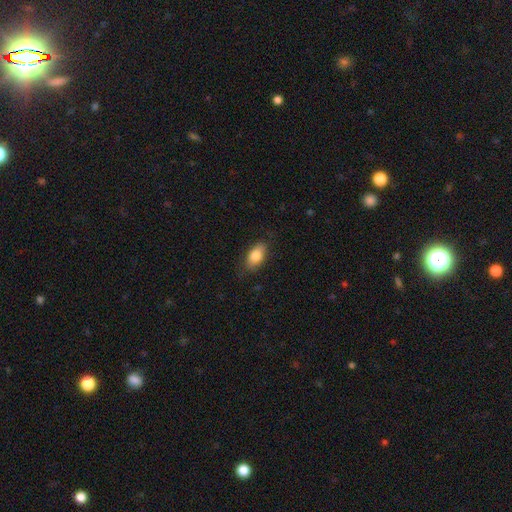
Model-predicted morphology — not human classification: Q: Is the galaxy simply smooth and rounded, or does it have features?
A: smooth — 82%.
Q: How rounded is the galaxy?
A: in between — 90%.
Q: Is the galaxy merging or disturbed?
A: none — 83%.